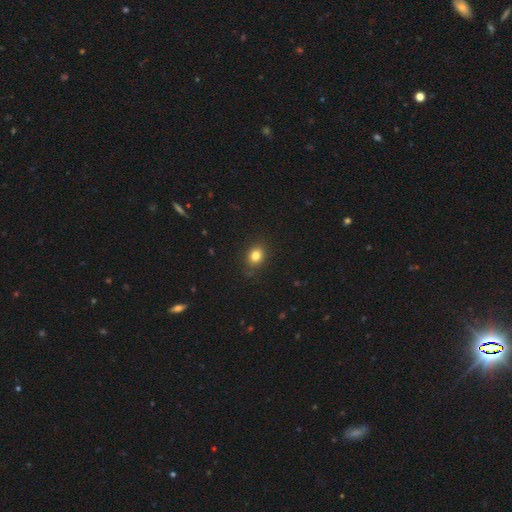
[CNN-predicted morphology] type=smooth (81%); roundness=round (54%); merging=none (84%).